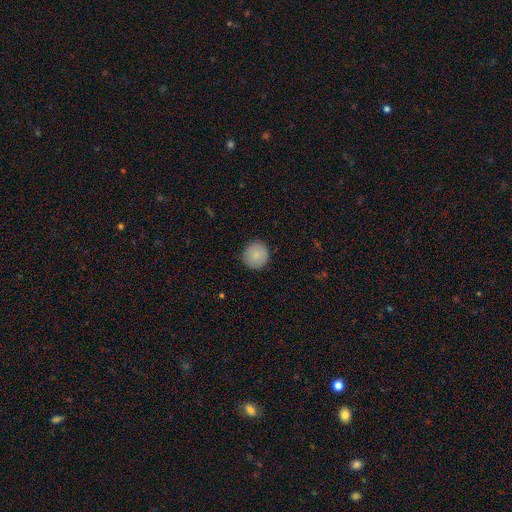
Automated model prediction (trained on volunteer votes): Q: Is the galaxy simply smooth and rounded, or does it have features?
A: smooth — 86%.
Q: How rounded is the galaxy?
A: round — 94%.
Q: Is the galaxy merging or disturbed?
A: none — 89%.